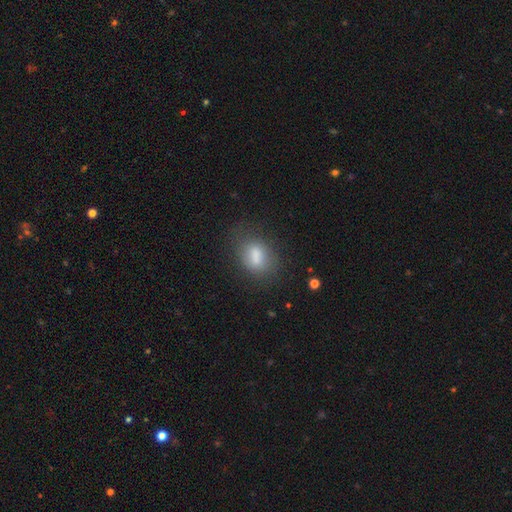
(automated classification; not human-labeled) smooth_or_featured: smooth (p=0.73) [alt: featured or disk p=0.15]
how_rounded: in between (p=0.77) [alt: round p=0.20]
merging: none (p=0.66) [alt: minor disturbance p=0.20]